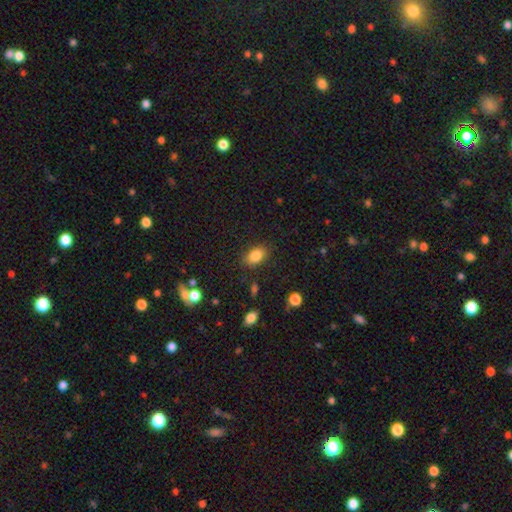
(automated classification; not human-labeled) This appears to be a smooth galaxy with no disk features (84%) that is in between round and cigar-shaped (86%). Merging: none (84%).